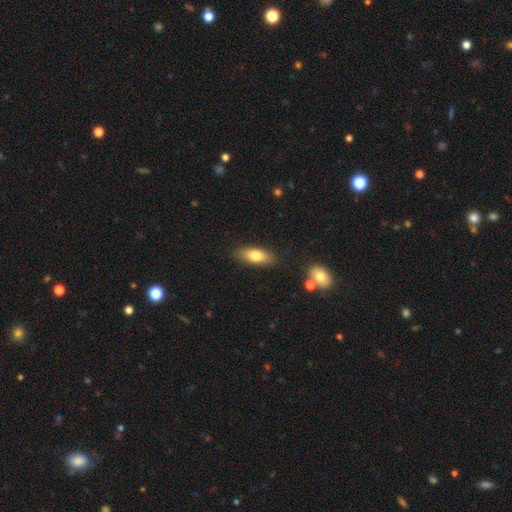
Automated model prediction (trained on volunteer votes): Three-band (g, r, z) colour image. It shows a smooth galaxy with no disk features (75%) that is in between round and cigar-shaped (73%). Merging: none (84%).